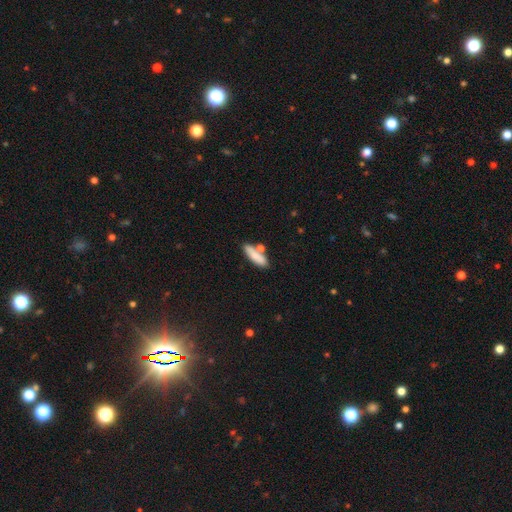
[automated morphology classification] type=smooth (80%); roundness=cigar-shaped (55%); merging=none (62%).